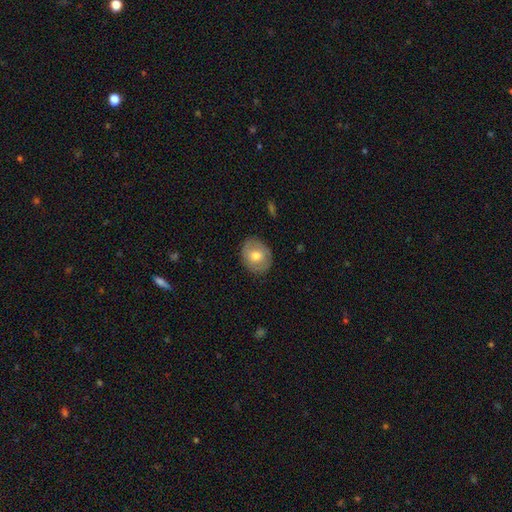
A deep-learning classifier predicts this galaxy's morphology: The model was most divided on "how rounded": round: 58%, in between: 41%, cigar-shaped: 1%. More confident: merging — none (84%); smooth or featured — smooth (66%).